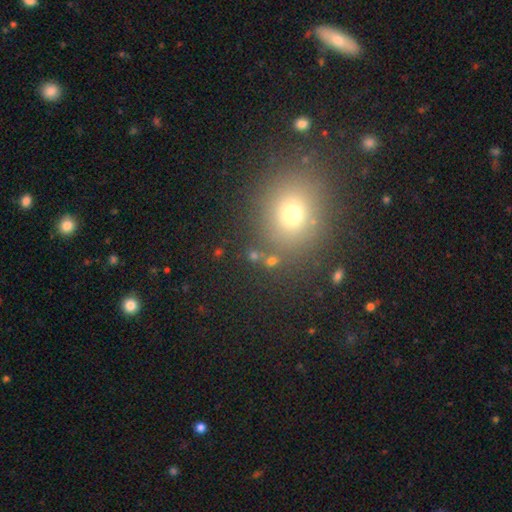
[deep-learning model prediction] Morphology: type=smooth (64%); roundness=round (73%); merging=none (80%).